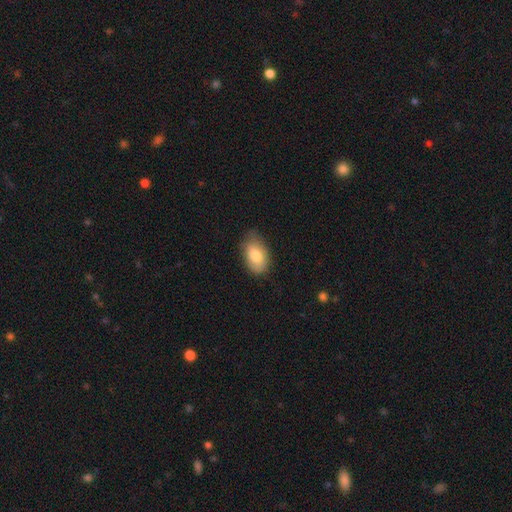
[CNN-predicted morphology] type=smooth (81%); roundness=in between (91%); merging=none (67%).